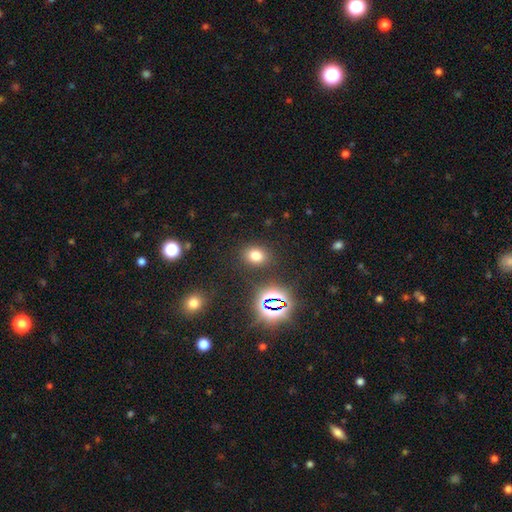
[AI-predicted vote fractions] Smooth or featured? Predicted: smooth (p=0.70). How rounded? Predicted: round (p=0.53). Merging? Predicted: none (p=0.85).